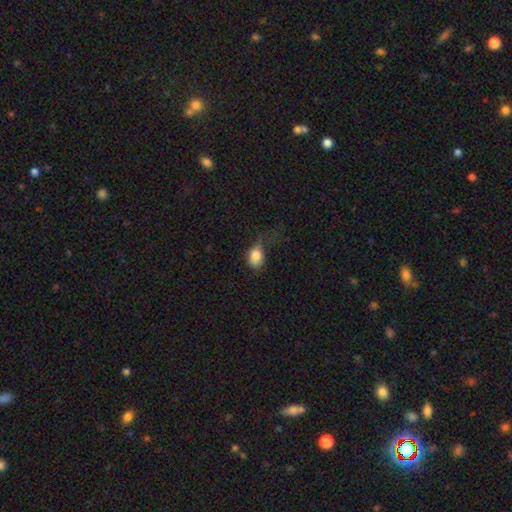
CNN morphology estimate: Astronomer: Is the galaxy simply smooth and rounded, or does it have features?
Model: smooth — 81%.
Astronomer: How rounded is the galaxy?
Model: in between — 74%.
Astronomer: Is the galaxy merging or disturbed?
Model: major disturbance — 38% (runner-up: minor disturbance, 34%).